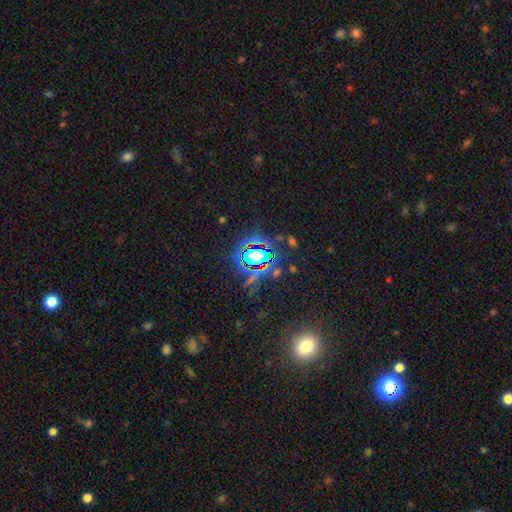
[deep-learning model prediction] Smooth or featured? Predicted: star or artifact (p=0.72).